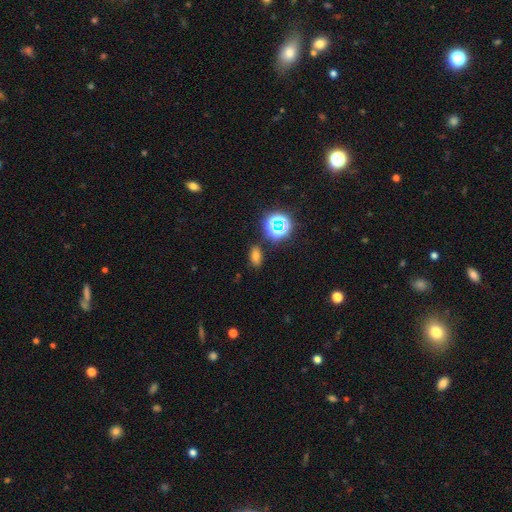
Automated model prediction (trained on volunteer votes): Smooth or featured?
  - smooth: 65% *
  - star or artifact: 26%
  - featured or disk: 8%
How rounded?
  - in between: 83% *
  - round: 13%
  - cigar-shaped: 4%
Merging?
  - none: 82% *
  - minor disturbance: 11%
  - merger: 4%
  - major disturbance: 3%